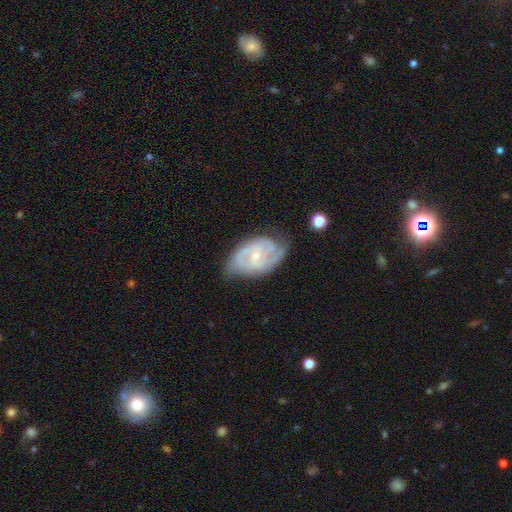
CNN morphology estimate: A featured or disk galaxy (81%) with no bar (56%), 2 (57%) tight (50%) spiral arms (92%) and a small central bulge (69%).

Vote fractions:
- Smooth or featured? featured or disk: 81% / smooth: 13% / star or artifact: 5%
- Edge-on disk? no: 96% / yes: 4%
- Bar? no: 56% / weak: 36% / strong: 8%
- Spiral arms? yes: 92% / no: 8%
- Spiral winding? tight: 50% / medium: 40% / loose: 10%
- Spiral arm count? 2: 57% / can't tell: 22% / 3: 13% / 1: 4% / 4: 3% / more than 4: 2%
- Bulge size? small: 69% / moderate: 27% / none: 2% / large: 1% / dominant: 1%
- Merging? none: 63% / minor disturbance: 26% / major disturbance: 9% / merger: 2%